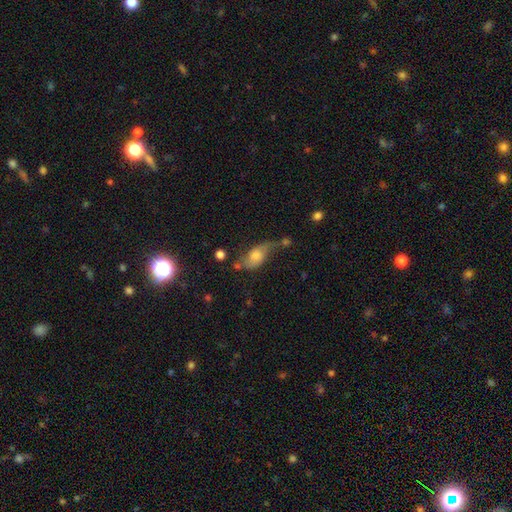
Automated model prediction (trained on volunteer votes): Q: Smooth or featured?
A: featured or disk (53%); runner-up: smooth (35%)
Q: Edge-on disk?
A: no (87%); runner-up: yes (13%)
Q: Merging?
A: none (39%); runner-up: minor disturbance (27%)